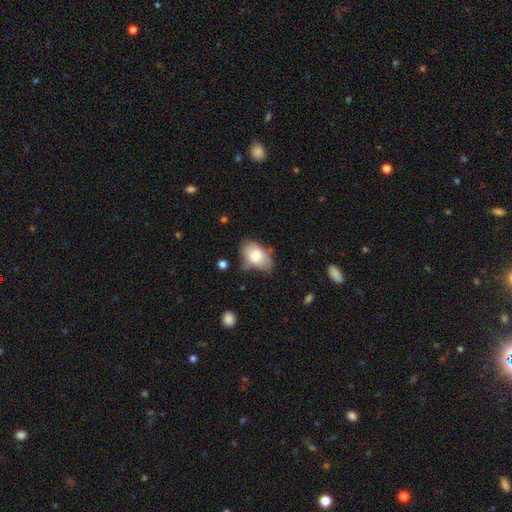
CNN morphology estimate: The model was most divided on "merging": none: 55%, minor disturbance: 32%, major disturbance: 9%, merger: 4%. More confident: how rounded — in between (92%); smooth or featured — smooth (78%).